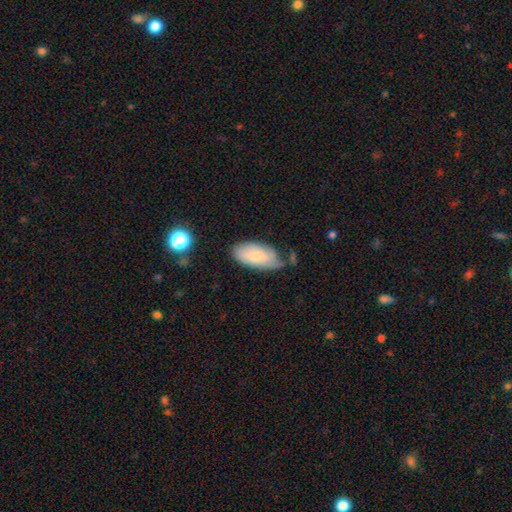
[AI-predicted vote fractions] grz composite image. It shows a smooth galaxy with no disk features (68%) that is in between round and cigar-shaped (91%). Merging: none (49%).